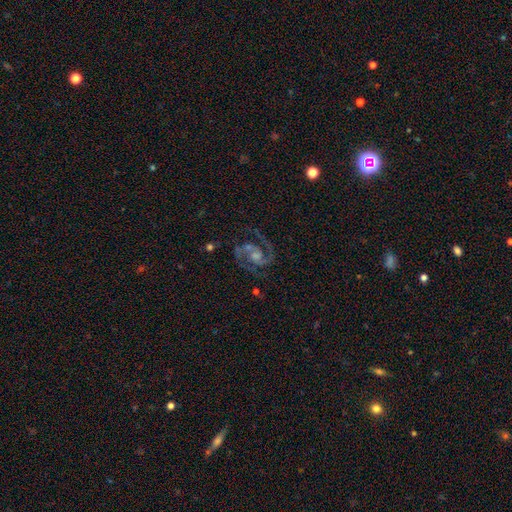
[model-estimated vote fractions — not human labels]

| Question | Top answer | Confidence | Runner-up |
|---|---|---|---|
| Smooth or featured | featured or disk | 91% | star or artifact (6%) |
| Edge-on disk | no | 98% | yes (2%) |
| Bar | no | 51% | weak (37%) |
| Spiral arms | yes | 98% | no (2%) |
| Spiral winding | medium | 61% | tight (29%) |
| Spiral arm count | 2 | 88% | 3 (5%) |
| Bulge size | moderate | 46% | small (39%) |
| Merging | none | 78% | minor disturbance (13%) |